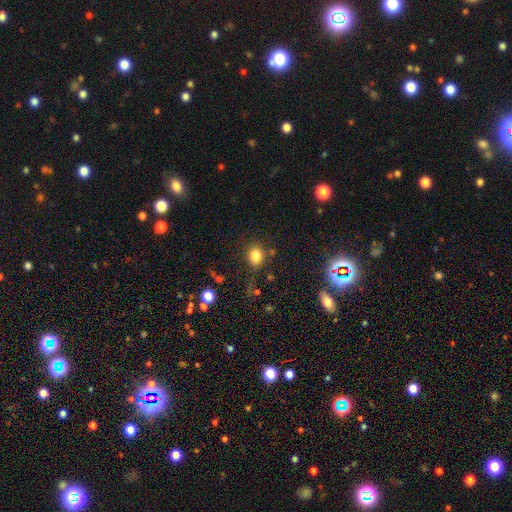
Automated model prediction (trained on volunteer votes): smooth_or_featured: smooth (p=0.81) [alt: star or artifact p=0.13]
how_rounded: round (p=0.61) [alt: in between p=0.38]
merging: none (p=0.75) [alt: minor disturbance p=0.14]